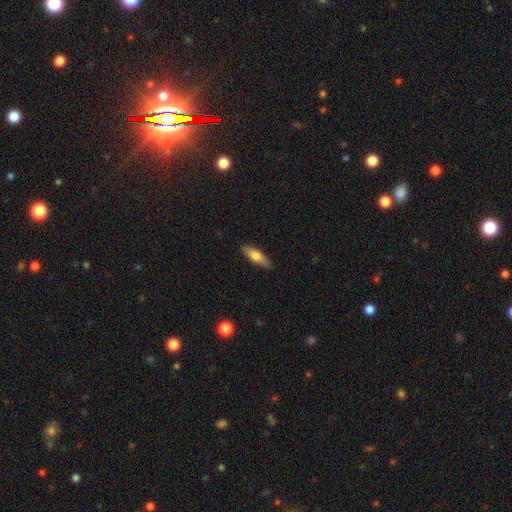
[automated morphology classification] Smooth or featured?
  - smooth: 68% *
  - featured or disk: 26%
  - star or artifact: 6%
How rounded?
  - cigar-shaped: 56% *
  - in between: 42%
  - round: 2%
Merging?
  - none: 89% *
  - minor disturbance: 8%
  - major disturbance: 2%
  - merger: 1%